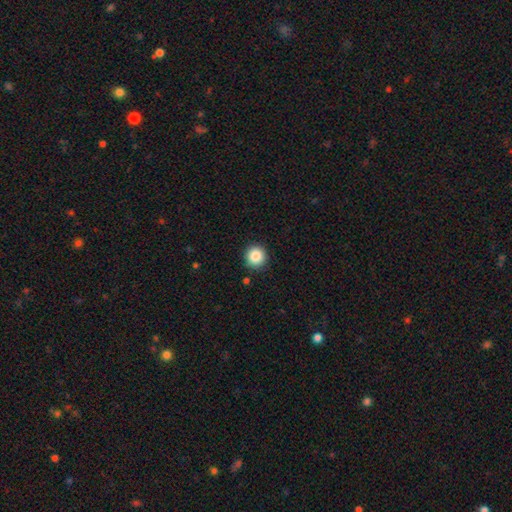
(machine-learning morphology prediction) Smooth or featured?
  - smooth: 86% *
  - star or artifact: 9%
  - featured or disk: 5%
How rounded?
  - round: 94% *
  - in between: 5%
  - cigar-shaped: 1%
Merging?
  - none: 90% *
  - minor disturbance: 7%
  - major disturbance: 2%
  - merger: 2%